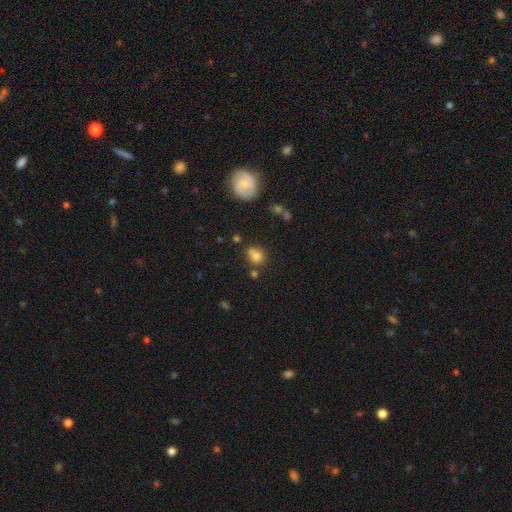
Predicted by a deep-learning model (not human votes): A smooth galaxy with no disk features (76%) that is round (70%).

Vote fractions:
- Smooth or featured? smooth: 76% / star or artifact: 14% / featured or disk: 10%
- How rounded? round: 70% / in between: 29% / cigar-shaped: 1%
- Merging? none: 55% / merger: 23% / minor disturbance: 16% / major disturbance: 6%